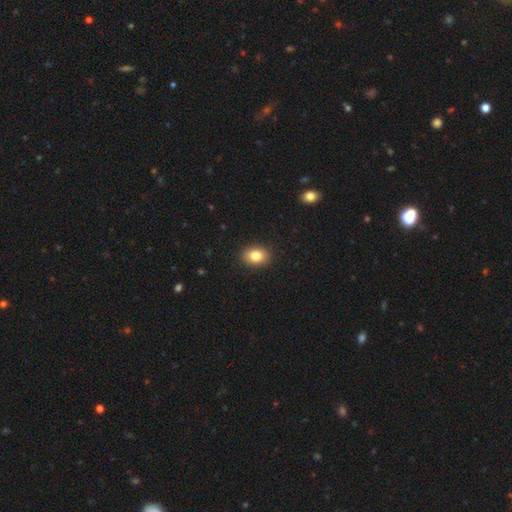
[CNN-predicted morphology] Smooth or featured? Predicted: smooth (p=0.83). How rounded? Predicted: in between (p=0.66). Merging? Predicted: none (p=0.90).